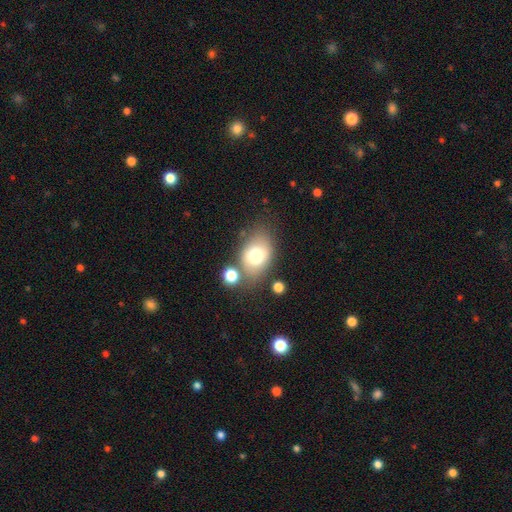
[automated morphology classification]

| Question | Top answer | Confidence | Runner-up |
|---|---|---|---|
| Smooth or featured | smooth | 71% | featured or disk (19%) |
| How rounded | in between | 80% | round (19%) |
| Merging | none | 65% | minor disturbance (18%) |